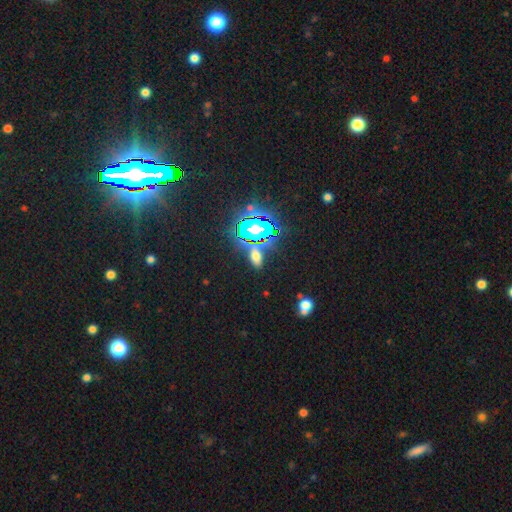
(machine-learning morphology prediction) Smooth or featured? Predicted: smooth (p=0.48). Merging? Predicted: none (p=0.76).